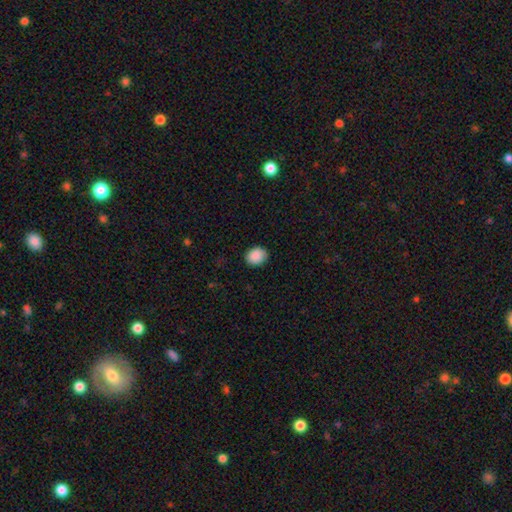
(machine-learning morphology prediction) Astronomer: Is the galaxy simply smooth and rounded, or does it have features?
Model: smooth — 89%.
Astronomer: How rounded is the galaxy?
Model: round — 60% (runner-up: in between, 40%).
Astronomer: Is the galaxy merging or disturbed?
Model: none — 88%.